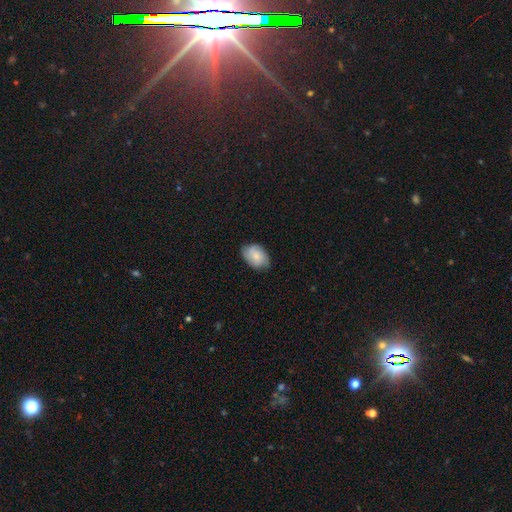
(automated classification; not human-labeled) Overall: smooth (64%; featured or disk 29%). How rounded: in between (80%). Merging: none (73%).